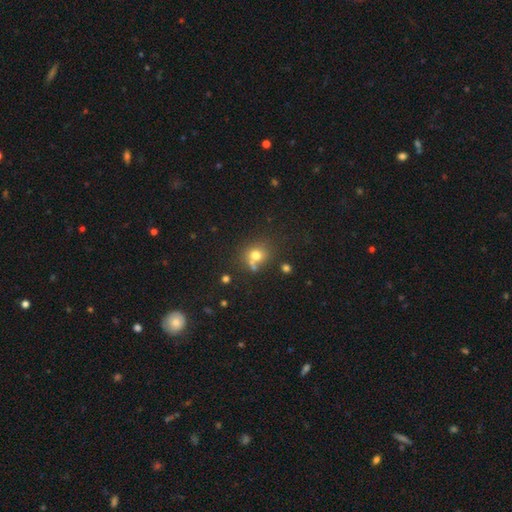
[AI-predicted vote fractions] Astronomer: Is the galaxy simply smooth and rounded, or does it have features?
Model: smooth — 72%.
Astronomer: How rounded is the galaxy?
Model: round — 77%.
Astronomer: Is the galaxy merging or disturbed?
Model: none — 57%.